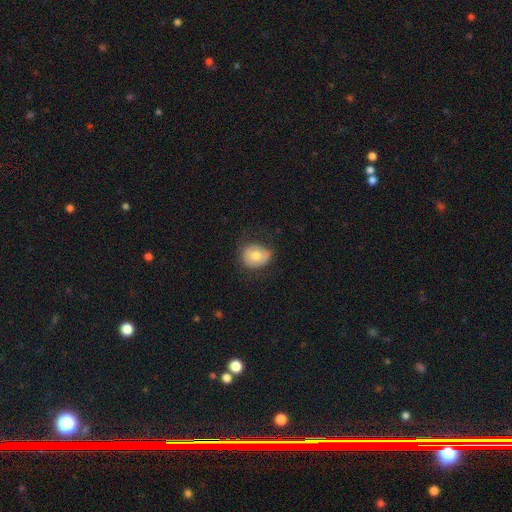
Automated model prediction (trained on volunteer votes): This appears to be a smooth galaxy with no disk features (65%) that is round (70%). Merging: none (70%).